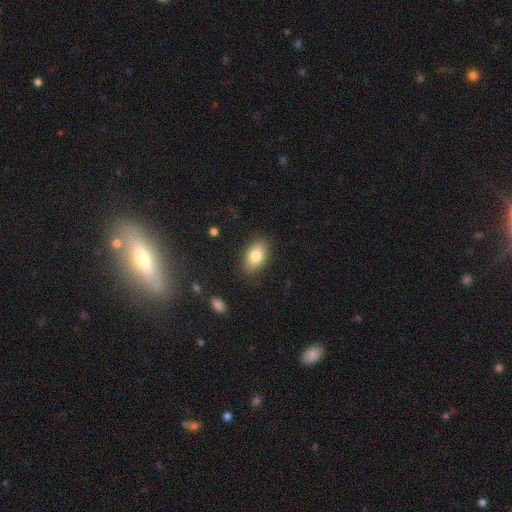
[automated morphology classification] A smooth galaxy with no disk features (80%) that is in between round and cigar-shaped (89%).

Vote fractions:
- Smooth or featured? smooth: 80% / featured or disk: 12% / star or artifact: 8%
- How rounded? in between: 89% / round: 9% / cigar-shaped: 2%
- Merging? none: 84% / minor disturbance: 12% / major disturbance: 3% / merger: 1%